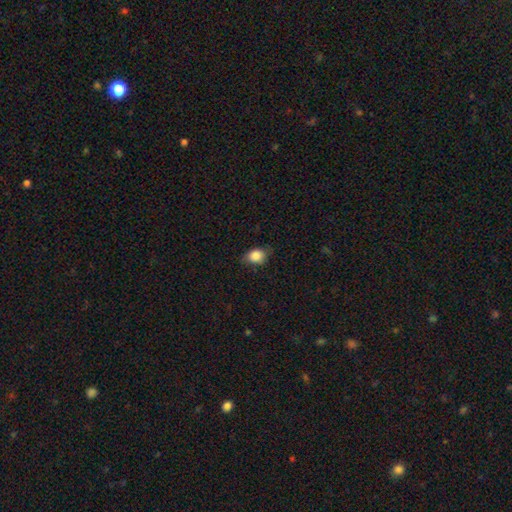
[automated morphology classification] smooth_or_featured: smooth (p=0.85) [alt: star or artifact p=0.08]
how_rounded: in between (p=0.64) [alt: round p=0.35]
merging: none (p=0.72) [alt: minor disturbance p=0.23]